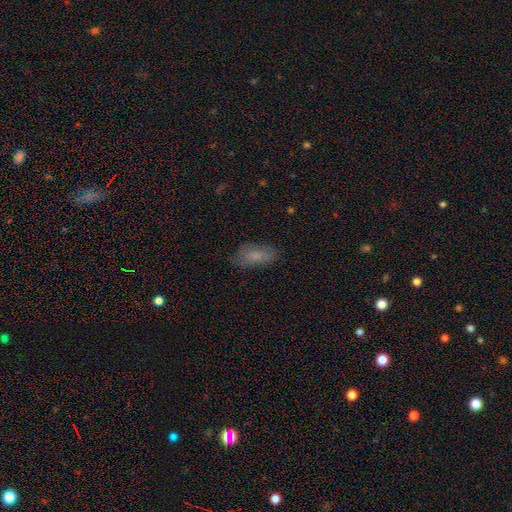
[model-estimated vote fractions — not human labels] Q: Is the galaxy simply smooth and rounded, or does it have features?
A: smooth — 78%.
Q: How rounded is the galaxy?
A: in between — 81%.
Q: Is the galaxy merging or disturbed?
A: none — 76%.